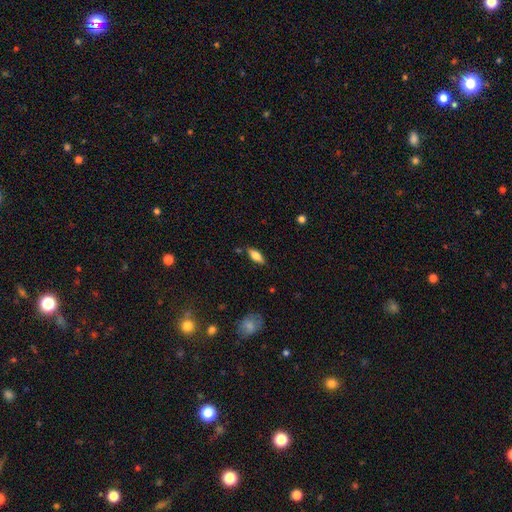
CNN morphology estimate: The model was most divided on "smooth or featured": smooth: 70%, featured or disk: 23%, star or artifact: 7%. More confident: merging — none (83%); how rounded — in between (74%).